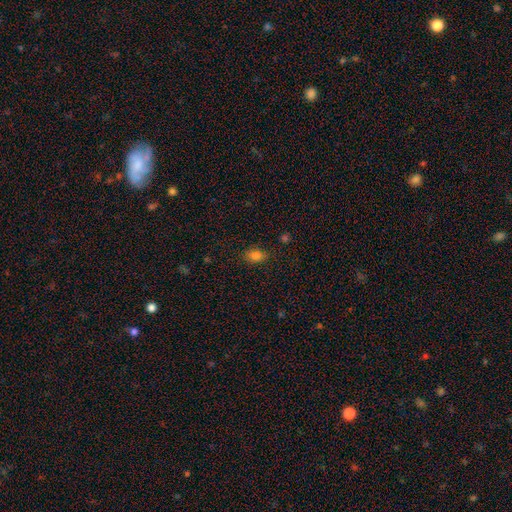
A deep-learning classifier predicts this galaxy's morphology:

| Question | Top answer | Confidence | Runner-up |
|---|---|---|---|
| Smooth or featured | smooth | 81% | star or artifact (12%) |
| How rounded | in between | 81% | round (16%) |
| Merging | none | 84% | minor disturbance (12%) |